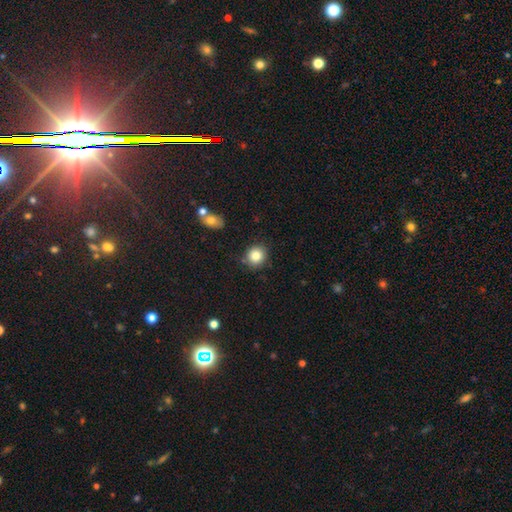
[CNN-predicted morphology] This appears to be a smooth galaxy with no disk features (84%) that is round (84%). Merging: none (83%).